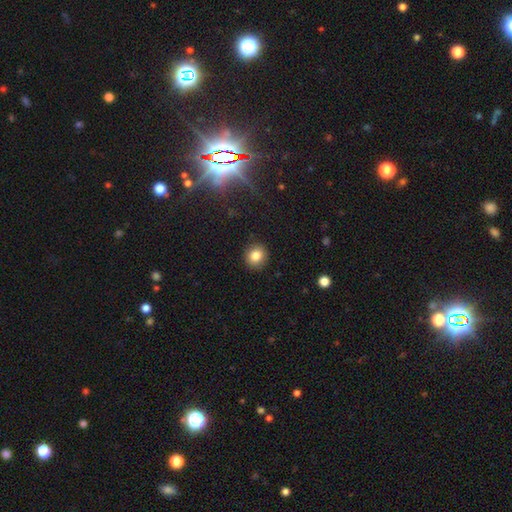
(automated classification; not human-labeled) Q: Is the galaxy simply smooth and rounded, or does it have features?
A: smooth — 82%.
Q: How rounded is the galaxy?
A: round — 87%.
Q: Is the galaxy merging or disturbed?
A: none — 91%.